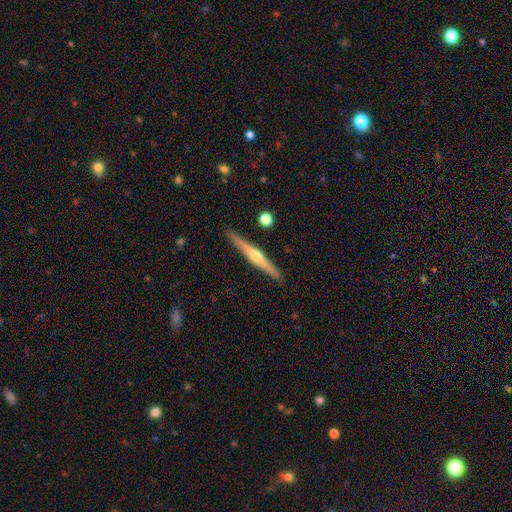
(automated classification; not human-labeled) smooth-or-featured: featured or disk: 74% | smooth: 20% | star or artifact: 5%
  disk-edge-on: yes: 98% | no: 2%
    edge-on-bulge: rounded: 90% | none: 7% | boxy: 3%
  merging: none: 91% | minor disturbance: 6% | merger: 1% | major disturbance: 1%